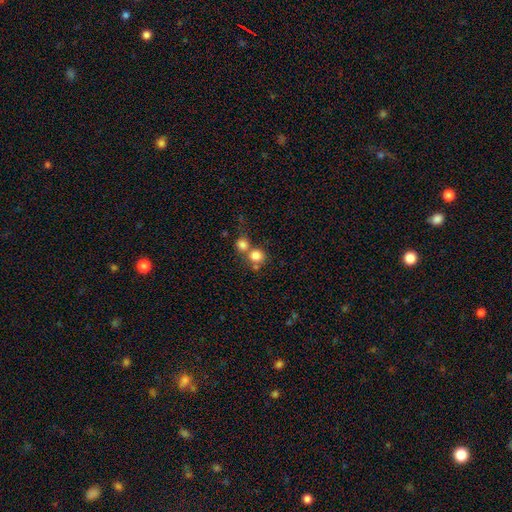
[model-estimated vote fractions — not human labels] The model was most divided on "merging": none: 47%, merger: 43%, minor disturbance: 7%, major disturbance: 4%. More confident: how rounded — round (87%); smooth or featured — smooth (80%).